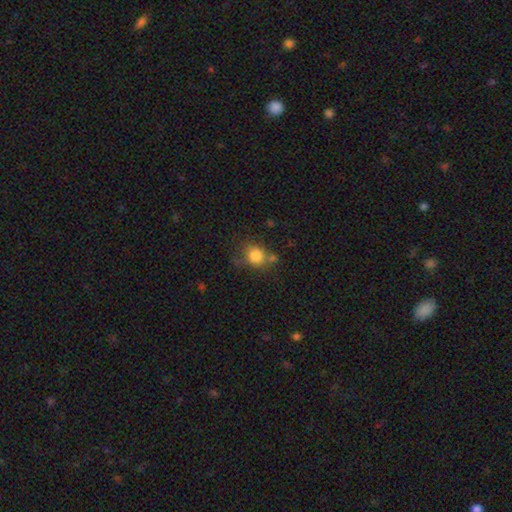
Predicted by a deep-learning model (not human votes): Smooth or featured?
  - smooth: 82% *
  - star or artifact: 10%
  - featured or disk: 8%
How rounded?
  - round: 77% *
  - in between: 22%
  - cigar-shaped: 1%
Merging?
  - none: 58% *
  - minor disturbance: 19%
  - merger: 16%
  - major disturbance: 7%